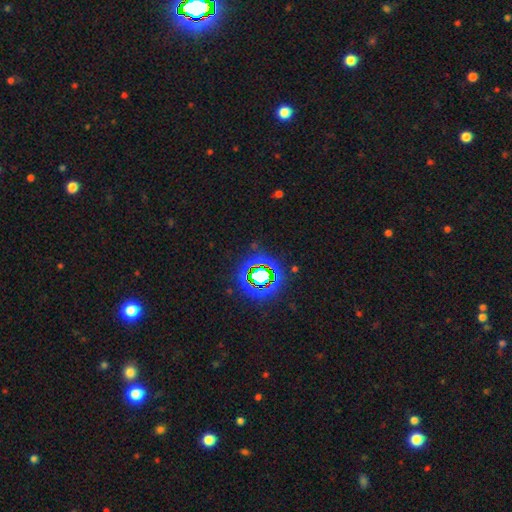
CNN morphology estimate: smooth-or-featured: star or artifact: 77% | smooth: 14% | featured or disk: 9%